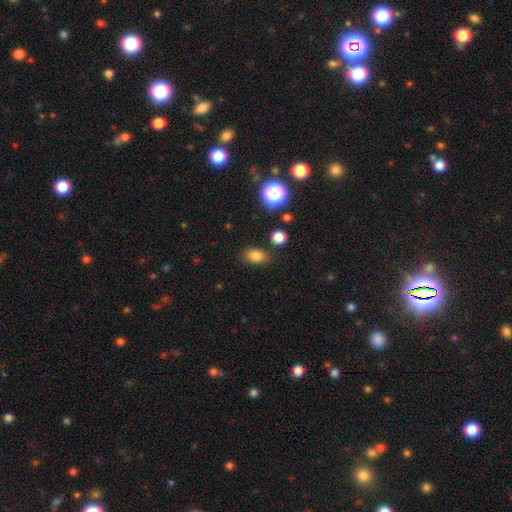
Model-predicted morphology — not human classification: The model was most divided on "how rounded": in between: 80%, round: 18%, cigar-shaped: 2%. More confident: merging — none (81%); smooth or featured — smooth (81%).